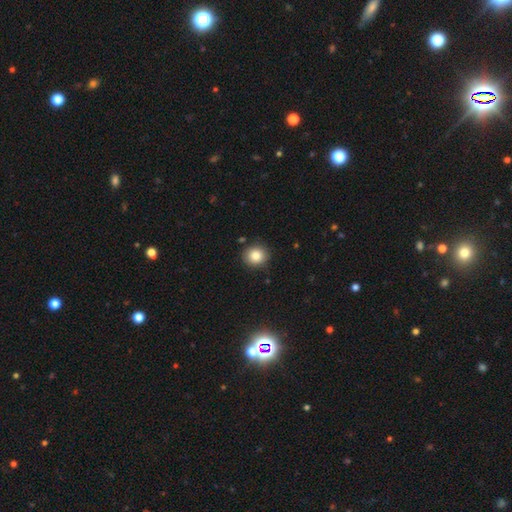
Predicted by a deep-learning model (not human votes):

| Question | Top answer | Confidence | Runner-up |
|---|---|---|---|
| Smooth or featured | smooth | 84% | star or artifact (10%) |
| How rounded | round | 87% | in between (12%) |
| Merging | none | 88% | minor disturbance (8%) |